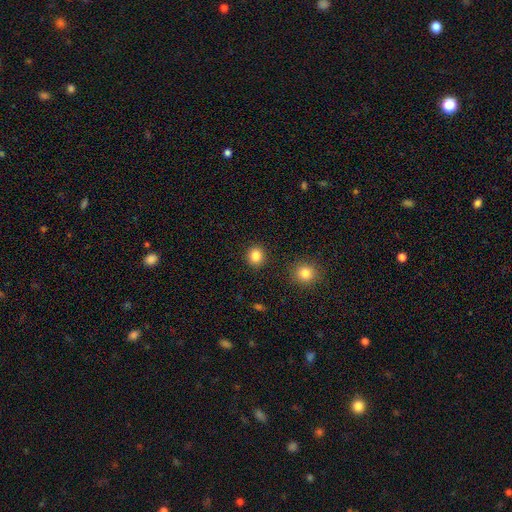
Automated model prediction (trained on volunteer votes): This appears to be a smooth galaxy with no disk features (85%) that is round (86%). Merging: none (91%).